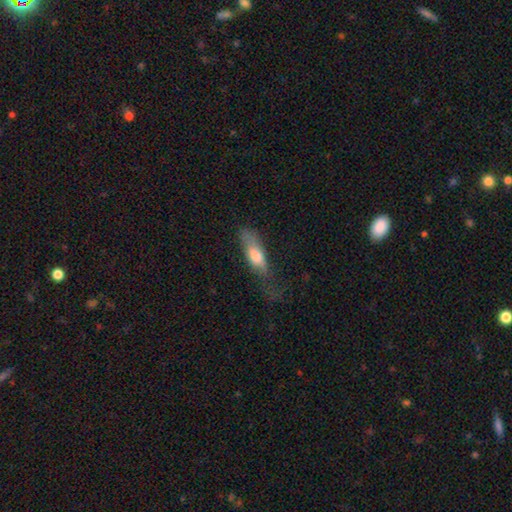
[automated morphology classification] This appears to be a smooth galaxy with no disk features (68%) that is in between round and cigar-shaped (50%). Merging: none (41%).